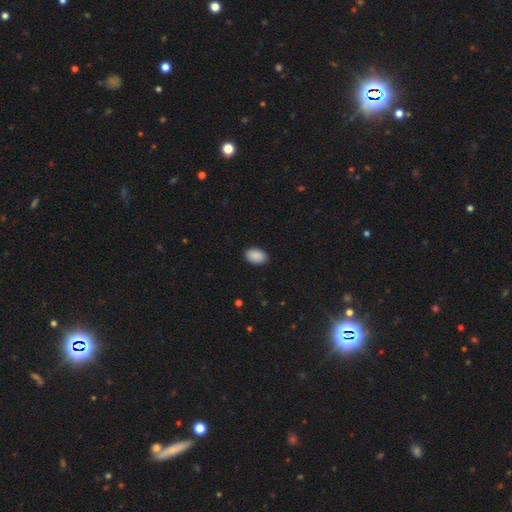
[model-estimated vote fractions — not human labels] Q: Smooth or featured?
A: smooth (90%); runner-up: star or artifact (7%)
Q: How rounded?
A: in between (87%); runner-up: round (12%)
Q: Merging?
A: none (88%); runner-up: minor disturbance (9%)